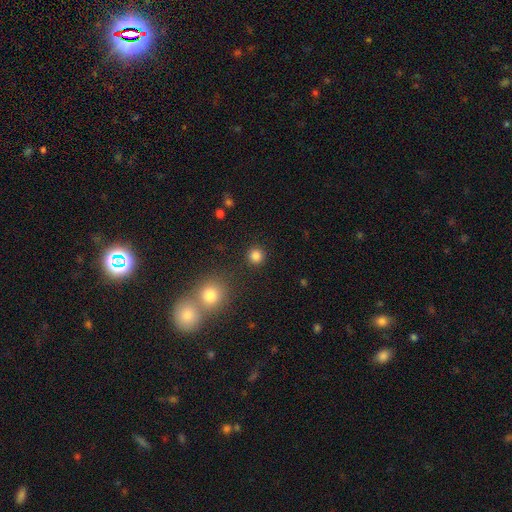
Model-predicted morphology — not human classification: Smooth or featured: smooth — 84% (star or artifact — 13%)
How rounded: round — 93% (in between — 6%)
Merging: none — 90% (minor disturbance — 5%)